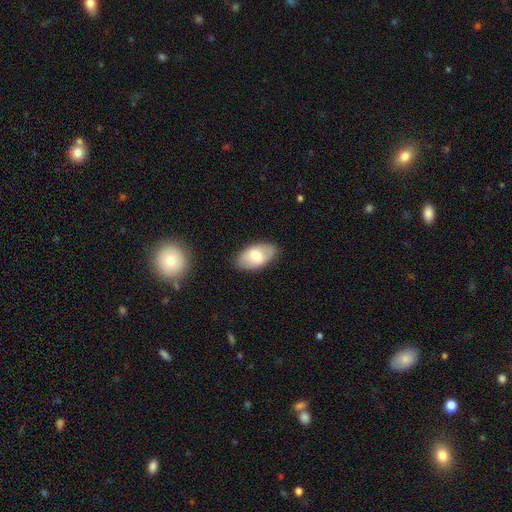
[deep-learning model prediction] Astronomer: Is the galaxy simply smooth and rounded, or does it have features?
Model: smooth — 64%.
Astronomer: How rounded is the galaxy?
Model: in between — 94%.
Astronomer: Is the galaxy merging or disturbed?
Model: none — 83%.